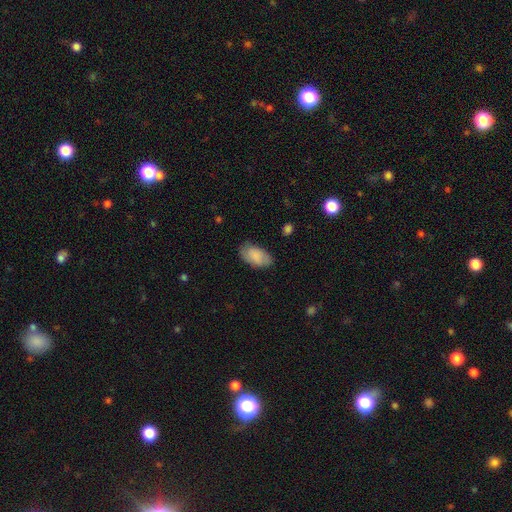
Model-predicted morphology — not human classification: A smooth galaxy with no disk features (83%) that is in between round and cigar-shaped (95%). Merging: none (73%).